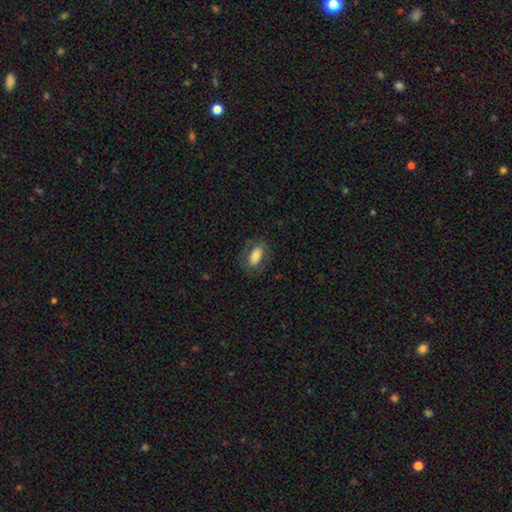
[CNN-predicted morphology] smooth_or_featured: smooth (p=0.72) [alt: featured or disk p=0.21]
how_rounded: in between (p=0.89) [alt: round p=0.06]
merging: none (p=0.75) [alt: minor disturbance p=0.15]